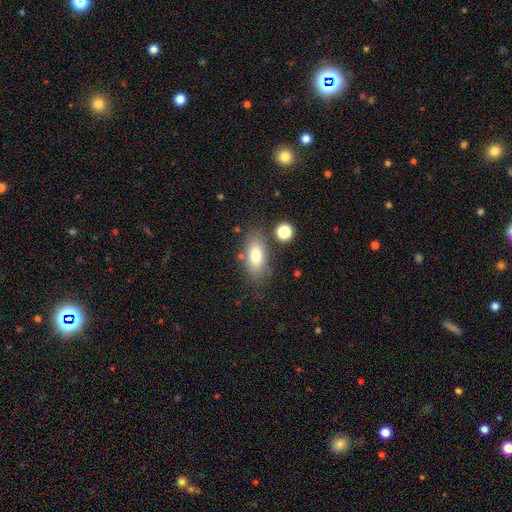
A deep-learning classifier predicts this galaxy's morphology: Smooth or featured: smooth — 78% (featured or disk — 14%)
How rounded: in between — 86% (cigar-shaped — 9%)
Merging: none — 73% (minor disturbance — 15%)